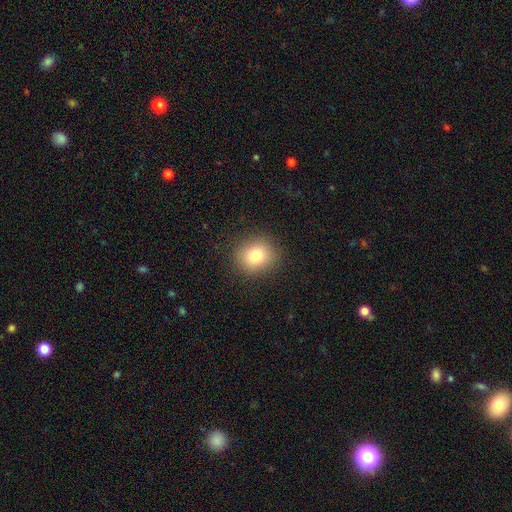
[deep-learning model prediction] A smooth galaxy with no disk features (80%) that is round (77%). Merging: none (89%).